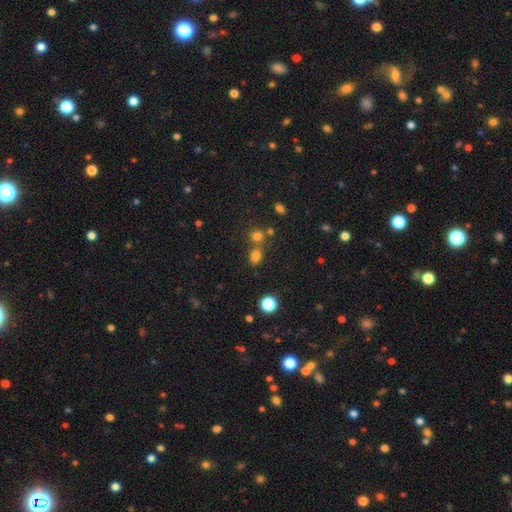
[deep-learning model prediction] The model was most divided on "how rounded": in between: 50%, round: 49%, cigar-shaped: 1%. More confident: smooth or featured — smooth (75%); merging — none (59%).